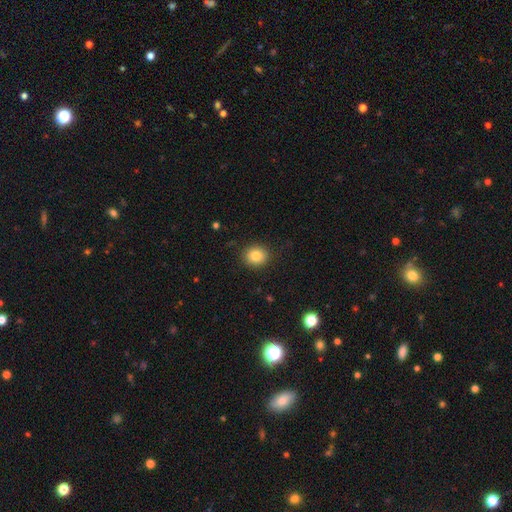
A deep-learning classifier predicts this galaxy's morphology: type=smooth (83%); roundness=round (79%); merging=none (89%).